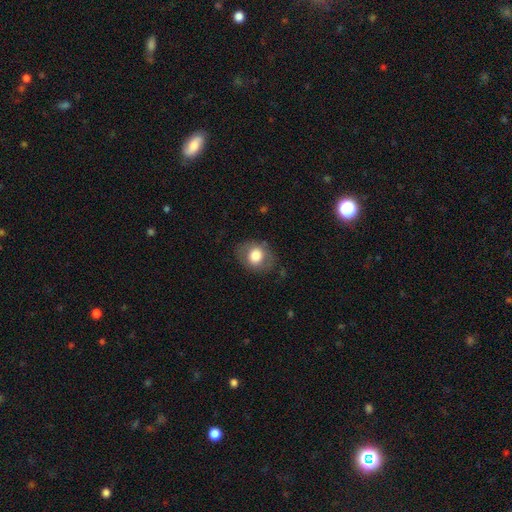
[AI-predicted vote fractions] This is likely a smooth galaxy (71%). How rounded: possibly round (51%). Merging: likely none (76%).